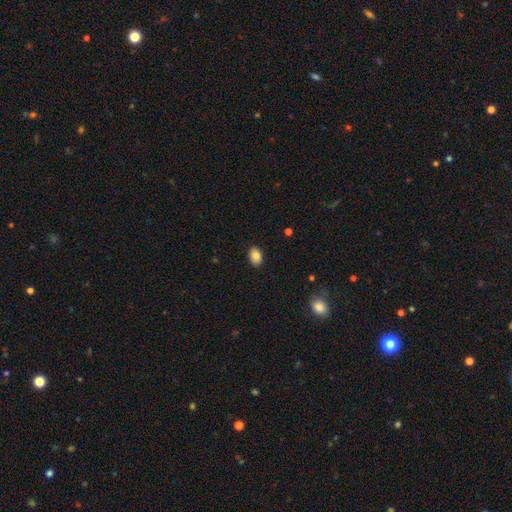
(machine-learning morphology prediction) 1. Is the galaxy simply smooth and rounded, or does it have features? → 83% smooth, 9% featured or disk, 8% star or artifact.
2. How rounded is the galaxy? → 83% in between, 16% round, 1% cigar-shaped.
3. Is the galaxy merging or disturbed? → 88% none, 9% minor disturbance, 2% major disturbance, 1% merger.